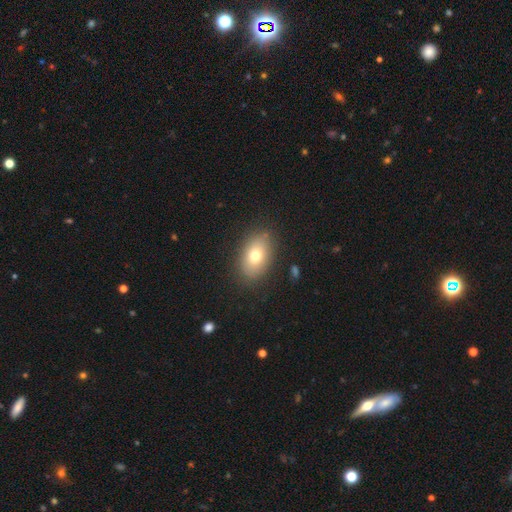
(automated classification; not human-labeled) smooth-or-featured: smooth: 74% | featured or disk: 16% | star or artifact: 10%
  how-rounded: in between: 84% | round: 14% | cigar-shaped: 2%
  merging: none: 84% | minor disturbance: 11% | major disturbance: 4% | merger: 1%